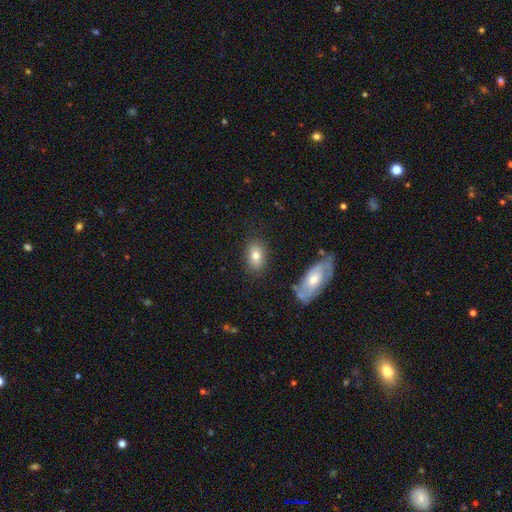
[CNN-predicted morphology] This appears to be a smooth galaxy with no disk features (76%) that is in between round and cigar-shaped (83%). Merging: none (81%).